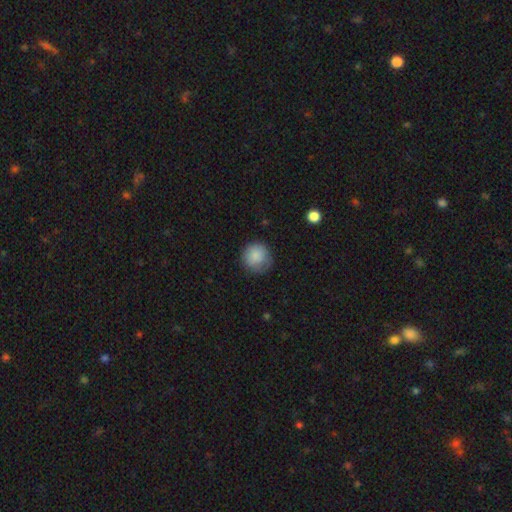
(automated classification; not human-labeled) smooth-or-featured: smooth: 86% | star or artifact: 8% | featured or disk: 6%
  how-rounded: round: 92% | in between: 7% | cigar-shaped: 1%
  merging: none: 75% | minor disturbance: 19% | major disturbance: 5% | merger: 1%